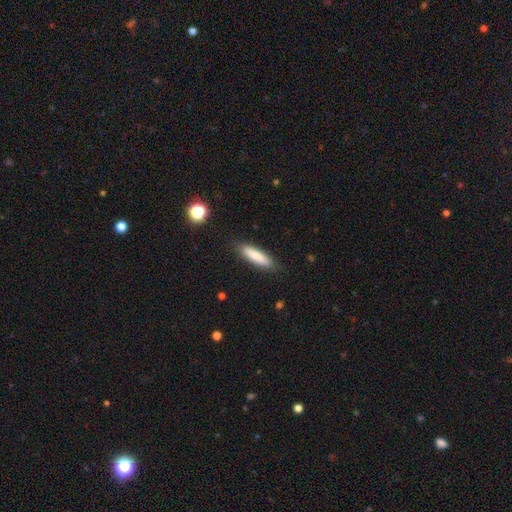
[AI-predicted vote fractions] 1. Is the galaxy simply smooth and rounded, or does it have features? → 83% smooth, 11% featured or disk, 6% star or artifact.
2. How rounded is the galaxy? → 69% cigar-shaped, 30% in between, 1% round.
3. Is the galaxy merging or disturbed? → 86% none, 10% minor disturbance, 2% major disturbance, 1% merger.